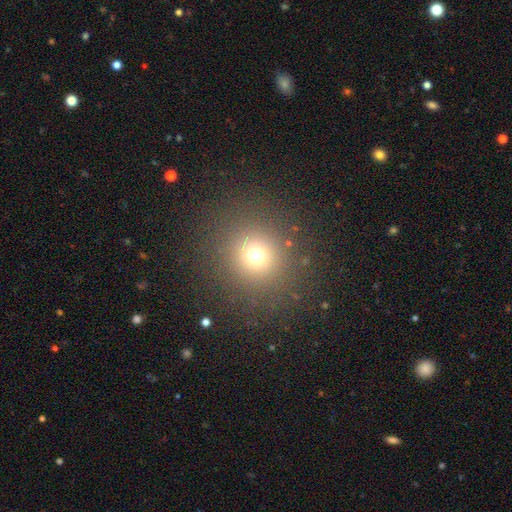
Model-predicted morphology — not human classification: Smooth or featured: smooth — 70% (star or artifact — 21%)
How rounded: round — 93% (in between — 7%)
Merging: none — 87% (minor disturbance — 7%)